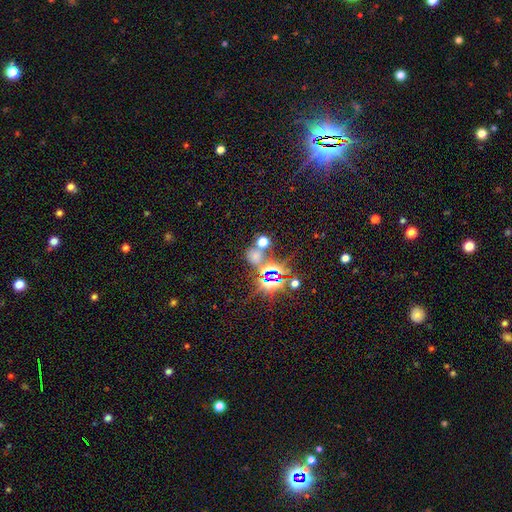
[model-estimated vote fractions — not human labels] Smooth or featured? Predicted: star or artifact (p=0.51).